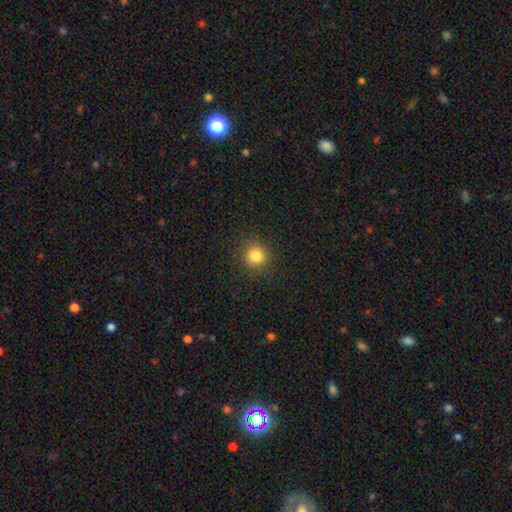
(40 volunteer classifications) This appears to be a smooth galaxy with no disk features (90%) that is round (97%). Merging: none (95%).